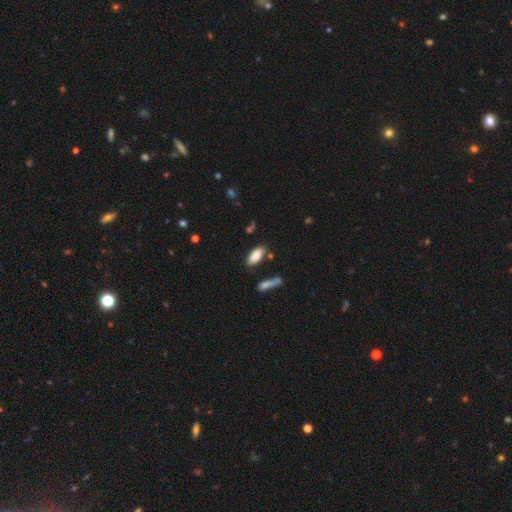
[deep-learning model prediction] Smooth or featured? Predicted: smooth (p=0.85). How rounded? Predicted: in between (p=0.86). Merging? Predicted: none (p=0.77).